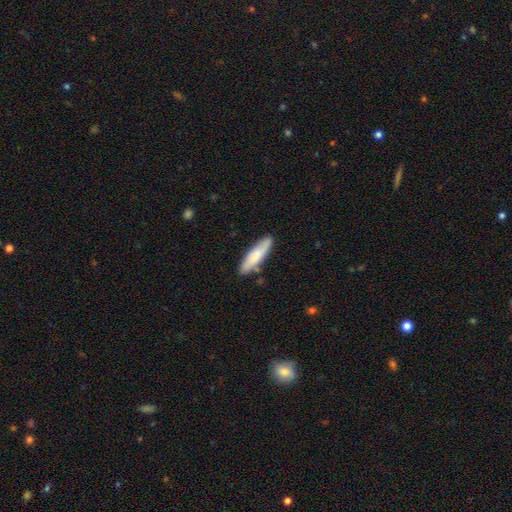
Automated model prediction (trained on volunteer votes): A smooth galaxy with no disk features (76%) that is cigar-shaped (71%).

Vote fractions:
- Smooth or featured? smooth: 76% / featured or disk: 19% / star or artifact: 5%
- How rounded? cigar-shaped: 71% / in between: 28% / round: 1%
- Merging? none: 82% / minor disturbance: 13% / merger: 3% / major disturbance: 2%